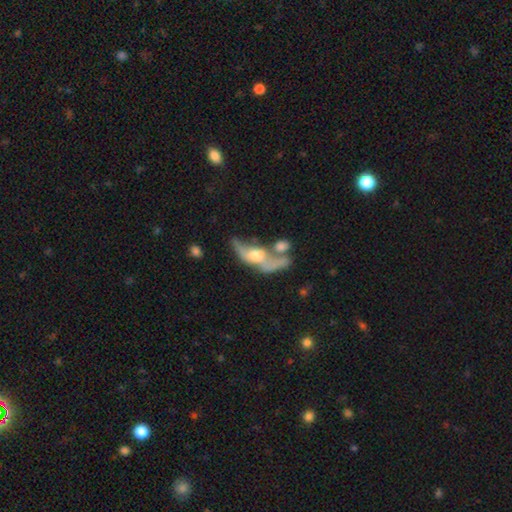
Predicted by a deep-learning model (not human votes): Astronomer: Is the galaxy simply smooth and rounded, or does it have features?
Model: featured or disk — 63%.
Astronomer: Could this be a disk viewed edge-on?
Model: no — 69%.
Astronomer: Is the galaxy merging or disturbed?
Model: merger — 43% (runner-up: major disturbance, 25%).